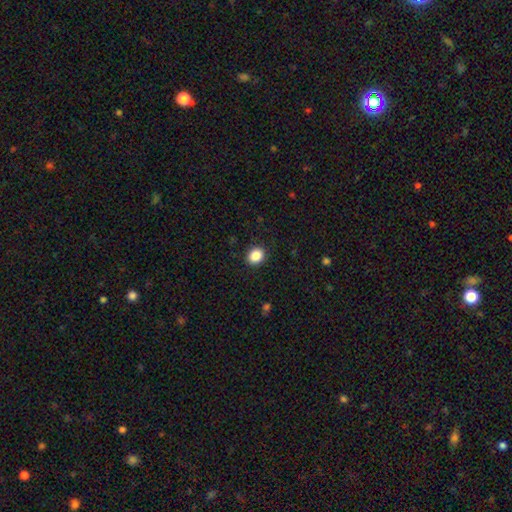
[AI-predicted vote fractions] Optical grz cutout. It shows a smooth galaxy with no disk features (87%) that is round (59%). Merging: none (90%).